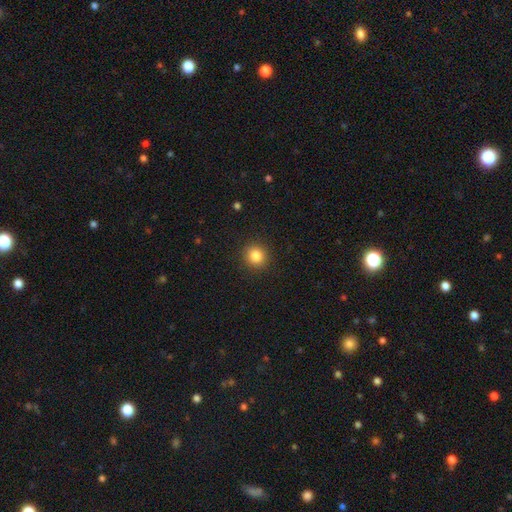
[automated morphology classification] Overall: smooth (84%). How rounded: round (92%). Merging: none (91%).